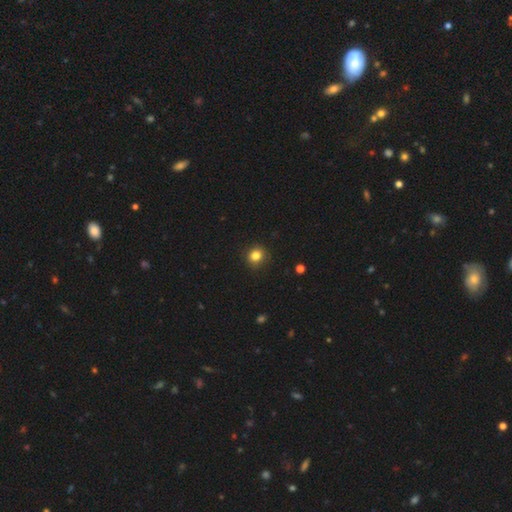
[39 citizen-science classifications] Q: Smooth or featured?
A: smooth (90%); runner-up: featured or disk (5%)
Q: How rounded?
A: round (83%); runner-up: in between (17%)
Q: Merging?
A: none (73%); runner-up: minor disturbance (16%)